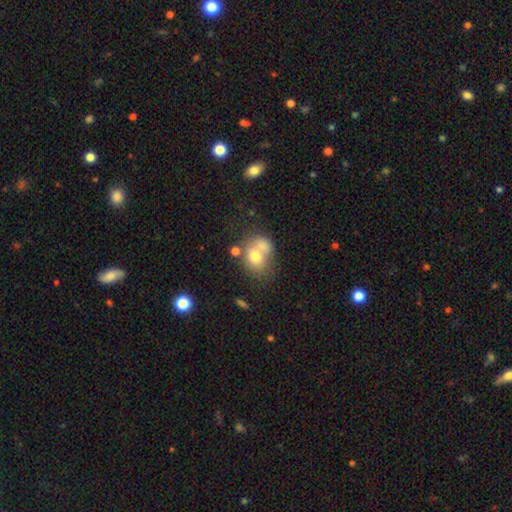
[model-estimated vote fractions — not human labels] smooth 69%, featured or disk 21%, star or artifact 10%. Down the decision tree: how rounded — round (51%); merging — merger (51%).